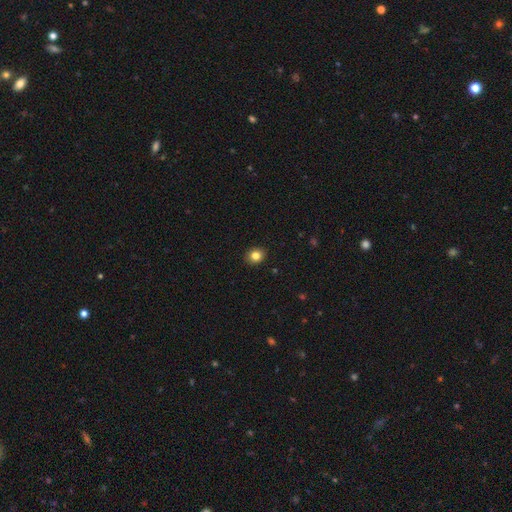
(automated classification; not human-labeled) smooth_or_featured: smooth (p=0.82) [alt: star or artifact p=0.11]
how_rounded: round (p=0.69) [alt: in between p=0.30]
merging: none (p=0.91) [alt: minor disturbance p=0.06]